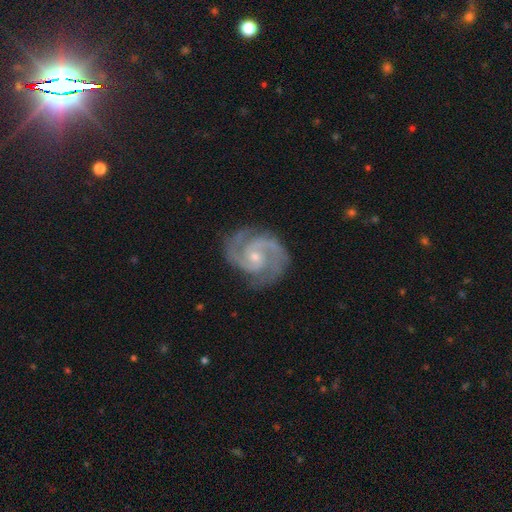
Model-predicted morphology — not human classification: Smooth or featured? featured or disk (93%)
Edge-on disk? no (98%)
Bar? no (62%)
Spiral arms? yes (99%)
Spiral winding? medium (52%)
Spiral arm count? 2 (75%)
Bulge size? small (65%)
Merging? none (80%)